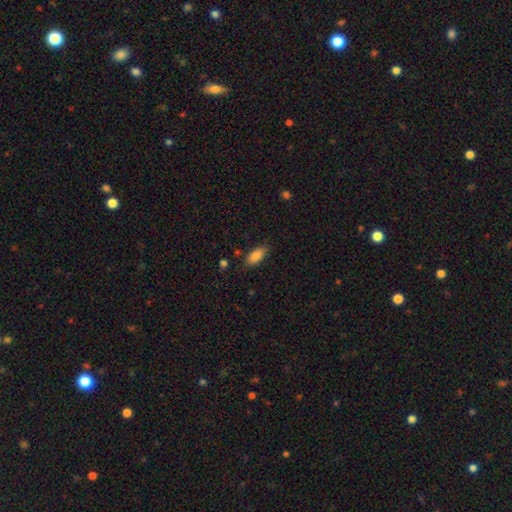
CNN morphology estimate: Smooth or featured?
  - smooth: 86% *
  - star or artifact: 7%
  - featured or disk: 7%
How rounded?
  - in between: 88% *
  - cigar-shaped: 10%
  - round: 2%
Merging?
  - none: 83% *
  - minor disturbance: 12%
  - major disturbance: 3%
  - merger: 2%